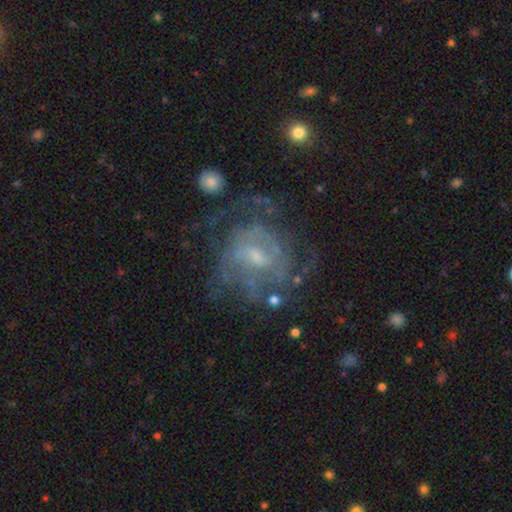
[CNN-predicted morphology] smooth_or_featured: featured or disk (p=0.78) [alt: smooth p=0.12]
disk_edge_on: no (p=0.97) [alt: yes p=0.03]
bar: weak (p=0.50) [alt: no p=0.40]
has_spiral_arms: yes (p=0.79) [alt: no p=0.21]
spiral_winding: tight (p=0.49) [alt: medium p=0.37]
spiral_arm_count: can't tell (p=0.51) [alt: 2 p=0.16]
bulge_size: small (p=0.52) [alt: moderate p=0.37]
merging: none (p=0.58) [alt: major disturbance p=0.20]